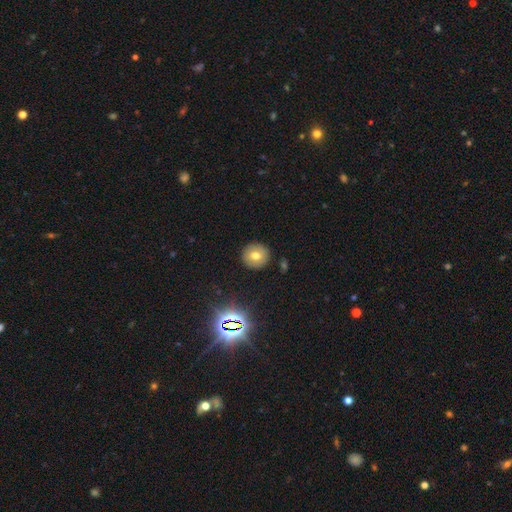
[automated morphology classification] Q: Smooth or featured?
A: smooth (69%); runner-up: featured or disk (16%)
Q: How rounded?
A: round (92%); runner-up: in between (7%)
Q: Merging?
A: none (89%); runner-up: minor disturbance (7%)